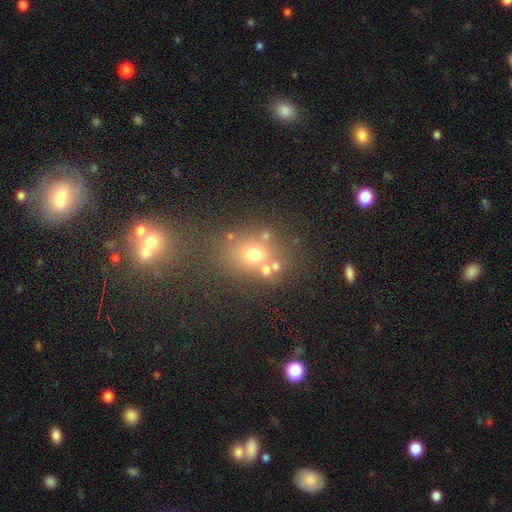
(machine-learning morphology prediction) This appears to be a smooth galaxy with no disk features (61%) that is round (62%). Merging: none (53%).